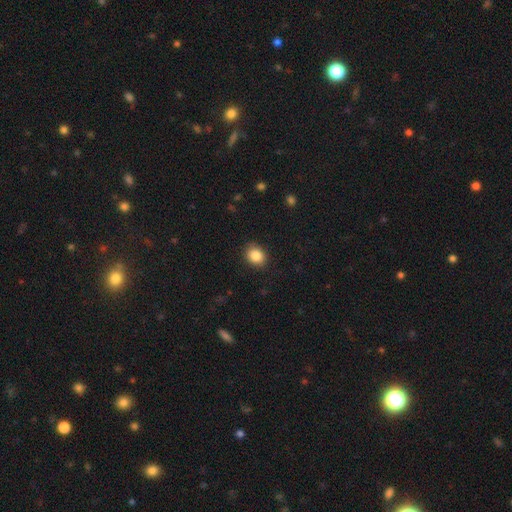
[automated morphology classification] smooth-or-featured: smooth: 86% | star or artifact: 9% | featured or disk: 5%
  how-rounded: round: 55% | in between: 44% | cigar-shaped: 1%
  merging: none: 88% | minor disturbance: 9% | major disturbance: 2% | merger: 1%